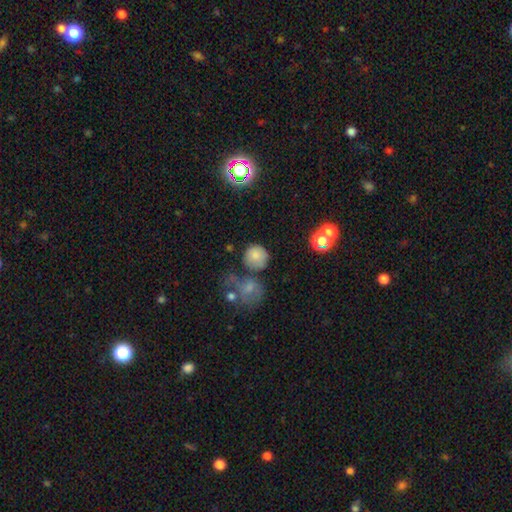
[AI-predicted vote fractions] Morphology: type=smooth (79%); roundness=round (89%); merging=none (59%).